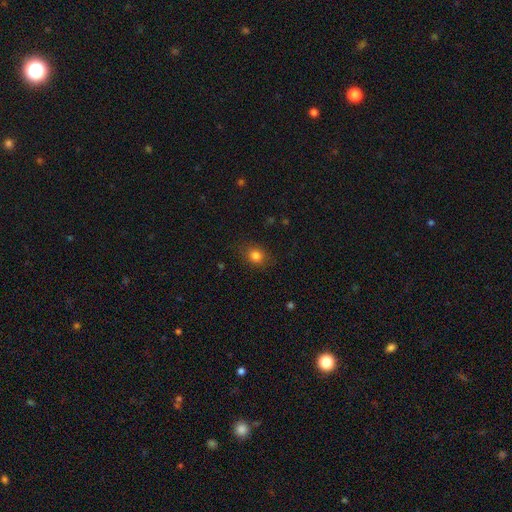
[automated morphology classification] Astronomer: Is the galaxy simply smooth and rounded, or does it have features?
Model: smooth — 81%.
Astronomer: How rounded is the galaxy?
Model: round — 61% (runner-up: in between, 38%).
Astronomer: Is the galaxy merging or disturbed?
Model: none — 84%.